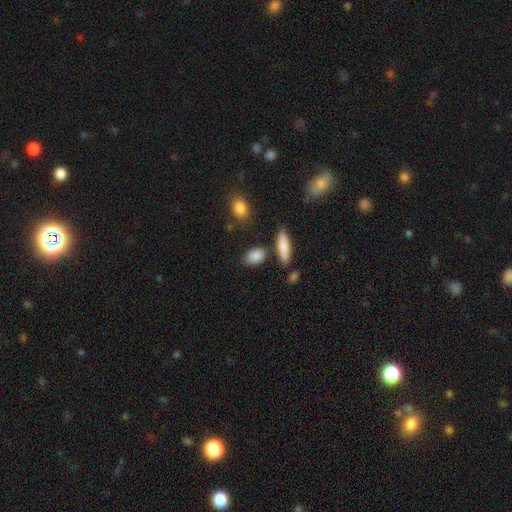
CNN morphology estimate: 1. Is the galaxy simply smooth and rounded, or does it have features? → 87% smooth, 7% star or artifact, 6% featured or disk.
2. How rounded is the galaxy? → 75% in between, 19% round, 6% cigar-shaped.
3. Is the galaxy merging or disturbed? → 74% none, 14% minor disturbance, 7% merger, 4% major disturbance.